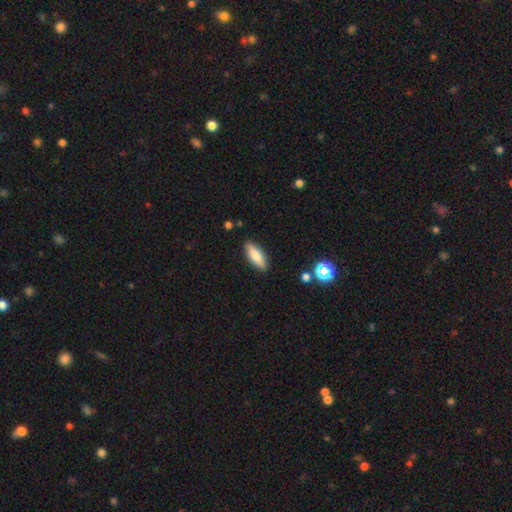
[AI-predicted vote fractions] A smooth galaxy with no disk features (78%) that is in between round and cigar-shaped (57%). Merging: none (88%).